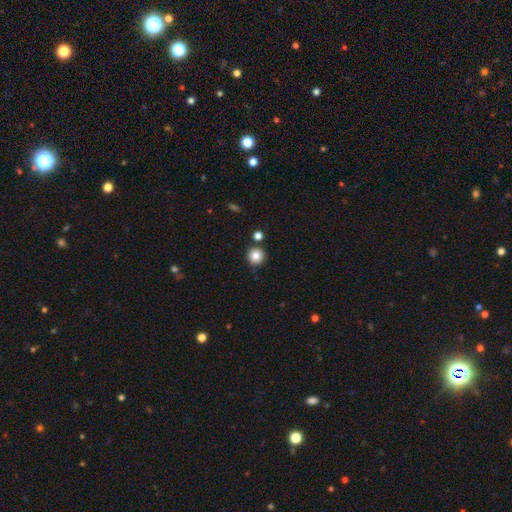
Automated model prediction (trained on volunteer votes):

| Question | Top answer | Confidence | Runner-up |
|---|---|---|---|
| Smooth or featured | smooth | 83% | star or artifact (11%) |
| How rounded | round | 94% | in between (5%) |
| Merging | none | 85% | minor disturbance (8%) |